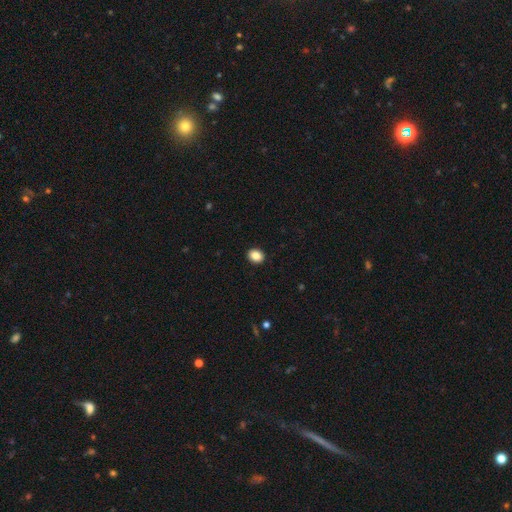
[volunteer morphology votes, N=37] A smooth galaxy with no disk features (95%) that is round (66%).

Vote fractions:
- Smooth or featured? smooth: 95% / featured or disk: 5% / star or artifact: 0%
- How rounded? round: 66% / in between: 34% / cigar-shaped: 0%
- Merging? none: 92% / minor disturbance: 5% / major disturbance: 3% / merger: 0%